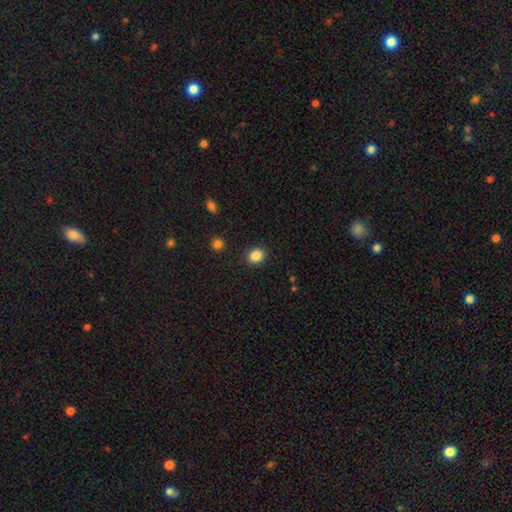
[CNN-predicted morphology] A smooth galaxy with no disk features (86%) that is round (79%). Merging: none (90%).